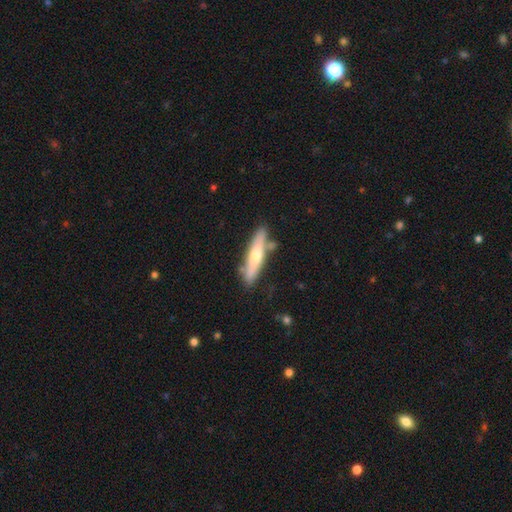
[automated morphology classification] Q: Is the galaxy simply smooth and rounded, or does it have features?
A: smooth — 51%.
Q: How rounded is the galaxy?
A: cigar-shaped — 82%.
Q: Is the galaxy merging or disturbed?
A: none — 76%.